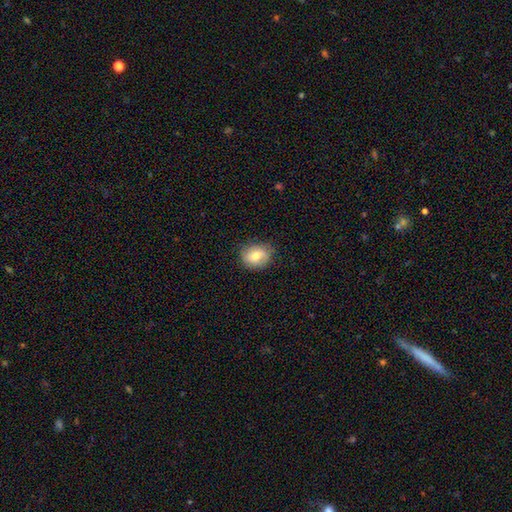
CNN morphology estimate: The model was most divided on "how rounded": round: 51%, in between: 48%, cigar-shaped: 1%. More confident: merging — none (79%); smooth or featured — smooth (69%).